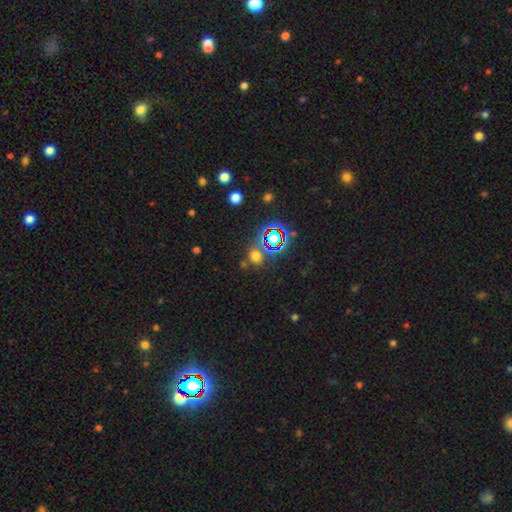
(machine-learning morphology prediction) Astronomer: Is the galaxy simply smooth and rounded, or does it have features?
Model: smooth — 54% (runner-up: star or artifact, 38%).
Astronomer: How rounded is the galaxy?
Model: round — 74%.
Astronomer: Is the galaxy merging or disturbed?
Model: none — 70%.